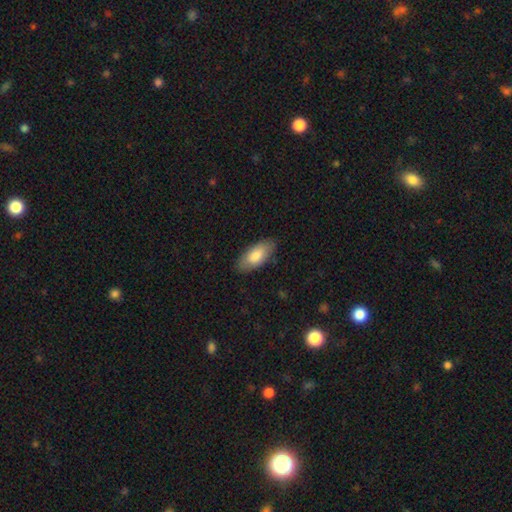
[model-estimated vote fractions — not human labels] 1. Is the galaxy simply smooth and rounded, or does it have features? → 82% smooth, 12% featured or disk, 6% star or artifact.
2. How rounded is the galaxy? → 87% in between, 11% cigar-shaped, 2% round.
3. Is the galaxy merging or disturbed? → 86% none, 11% minor disturbance, 2% major disturbance, 1% merger.